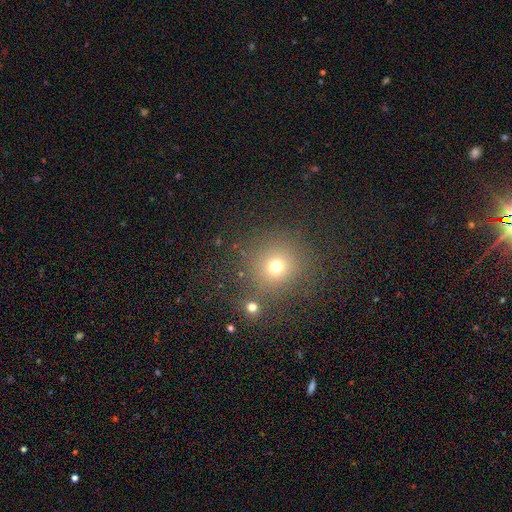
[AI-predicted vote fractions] Overall: smooth (60%; star or artifact 31%). How rounded: round (92%). Merging: none (83%).